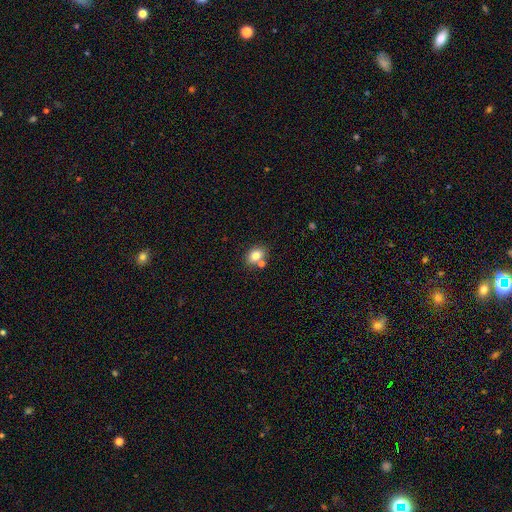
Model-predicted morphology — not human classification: smooth_or_featured: smooth (p=0.81) [alt: star or artifact p=0.10]
how_rounded: in between (p=0.63) [alt: round p=0.36]
merging: none (p=0.66) [alt: merger p=0.20]